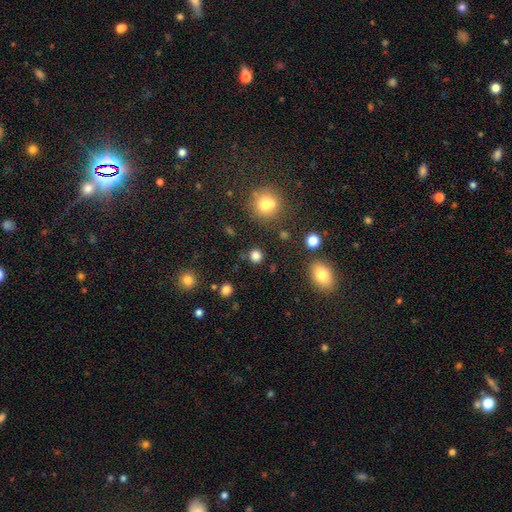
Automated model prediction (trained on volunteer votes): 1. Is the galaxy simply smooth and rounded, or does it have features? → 80% smooth, 16% star or artifact, 4% featured or disk.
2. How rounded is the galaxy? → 88% round, 11% in between, 1% cigar-shaped.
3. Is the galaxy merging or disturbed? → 85% none, 7% minor disturbance, 4% merger, 3% major disturbance.